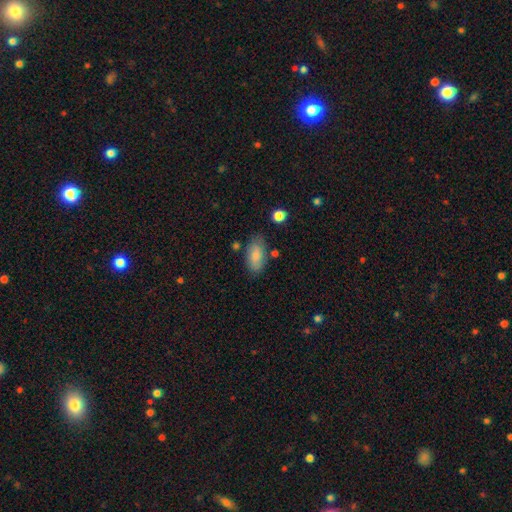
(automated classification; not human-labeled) This is clearly a smooth galaxy (83%). How rounded: clearly in between (92%). Merging: likely none (74%).